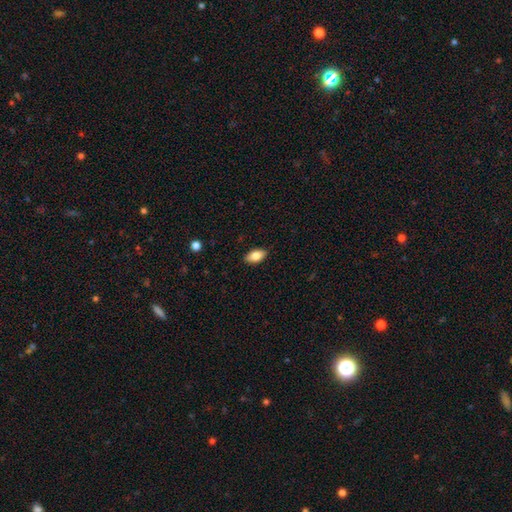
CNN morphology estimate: Overall: smooth (82%). How rounded: in between (91%). Merging: none (88%).